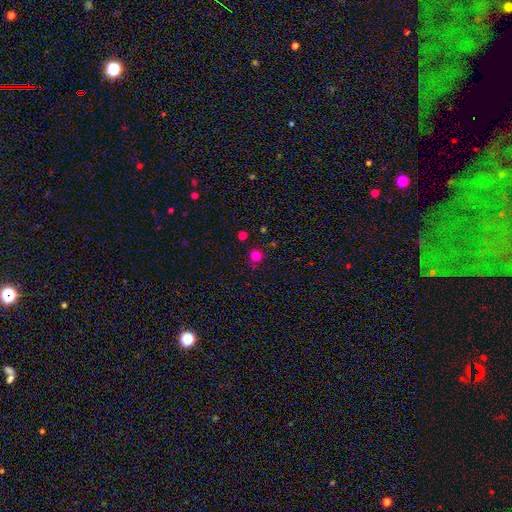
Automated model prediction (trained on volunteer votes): This appears to be a smooth galaxy with no disk features (80%) that is round (94%). Merging: none (85%).